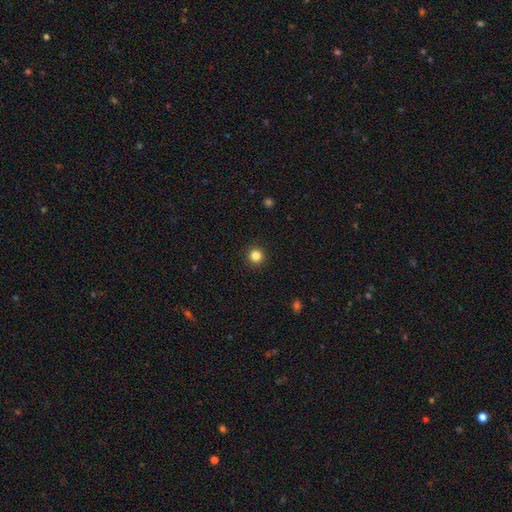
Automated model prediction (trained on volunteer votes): Smooth or featured: smooth — 84% (star or artifact — 12%)
How rounded: round — 96% (in between — 3%)
Merging: none — 93% (minor disturbance — 5%)